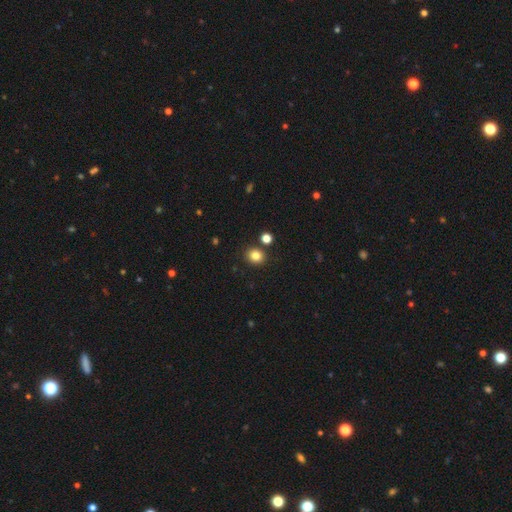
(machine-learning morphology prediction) This is clearly a smooth galaxy (83%). How rounded: likely round (77%). Merging: clearly none (85%).